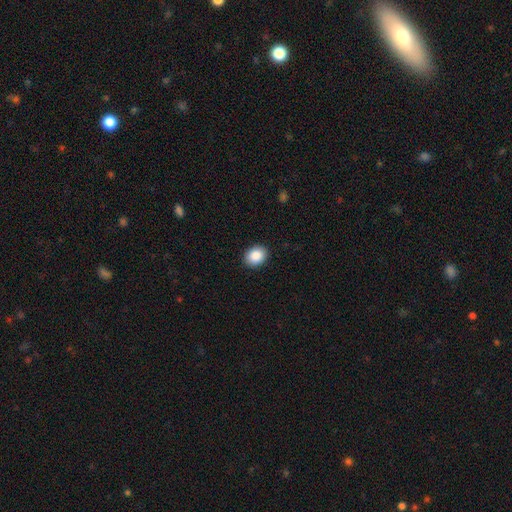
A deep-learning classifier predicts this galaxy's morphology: A smooth galaxy with no disk features (89%) that is in between round and cigar-shaped (56%). Merging: none (90%).